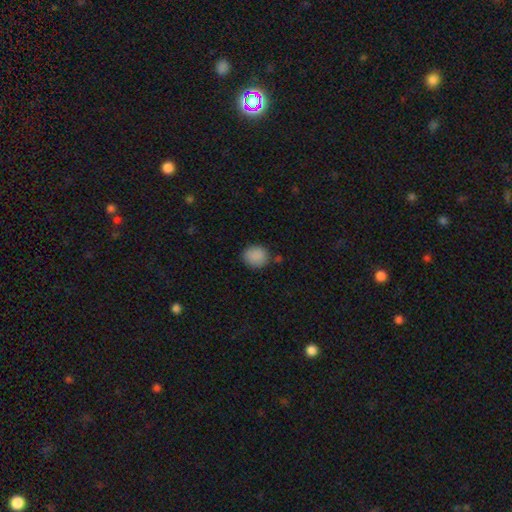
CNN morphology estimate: This is clearly a smooth galaxy (88%). How rounded: likely round (74%). Merging: clearly none (82%).